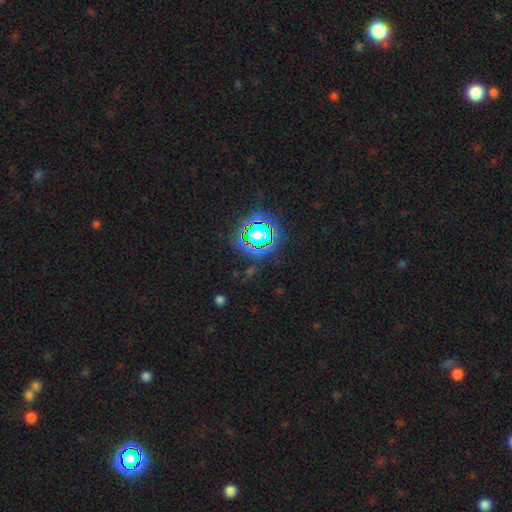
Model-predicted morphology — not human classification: star or artifact 82%, smooth 12%, featured or disk 7%.